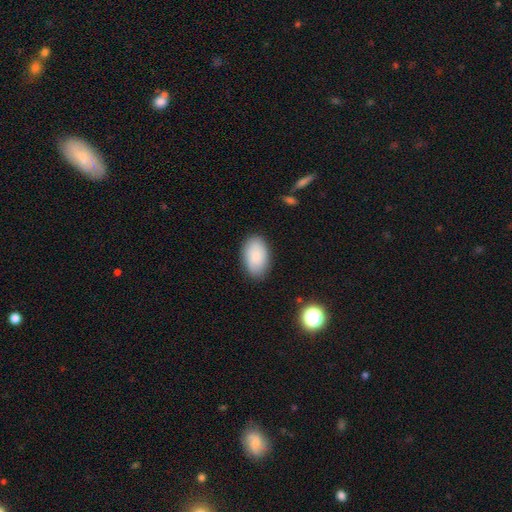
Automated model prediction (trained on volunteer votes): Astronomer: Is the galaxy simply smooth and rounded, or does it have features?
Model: smooth — 87%.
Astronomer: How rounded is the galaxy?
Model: in between — 94%.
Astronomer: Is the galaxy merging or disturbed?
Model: none — 86%.